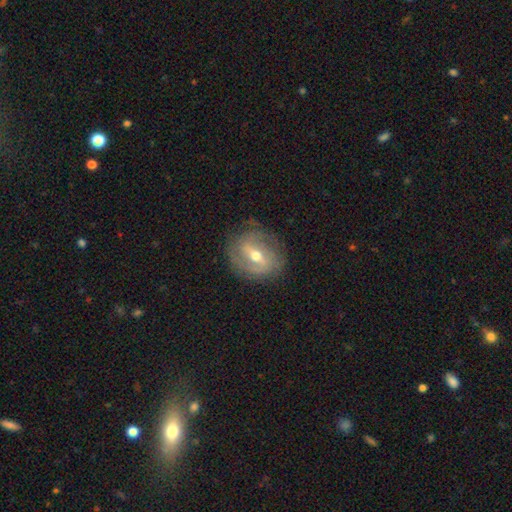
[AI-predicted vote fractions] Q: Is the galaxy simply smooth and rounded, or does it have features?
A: featured or disk — 75%.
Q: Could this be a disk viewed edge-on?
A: no — 93%.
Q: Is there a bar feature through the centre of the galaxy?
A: strong — 45%.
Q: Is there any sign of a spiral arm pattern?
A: yes — 77%.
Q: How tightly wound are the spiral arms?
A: tight — 46%.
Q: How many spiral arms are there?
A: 2 — 61%.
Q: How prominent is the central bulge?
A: moderate — 71%.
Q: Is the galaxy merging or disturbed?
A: none — 76%.